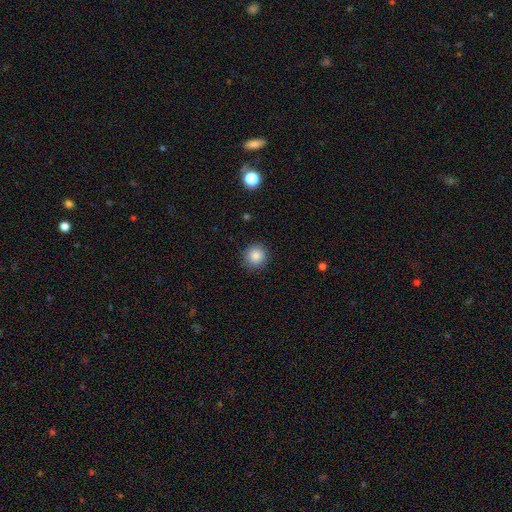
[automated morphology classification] Smooth or featured: smooth — 86% (star or artifact — 10%)
How rounded: round — 93% (in between — 6%)
Merging: none — 90% (minor disturbance — 7%)